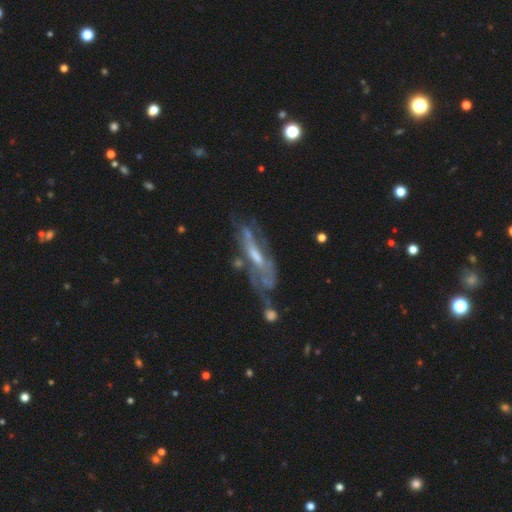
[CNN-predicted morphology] Smooth or featured? featured or disk (75%)
Edge-on disk? no (72%)
Bar? no (40%)
Spiral arms? yes (67%)
Bulge size? moderate (44%)
Merging? none (38%)